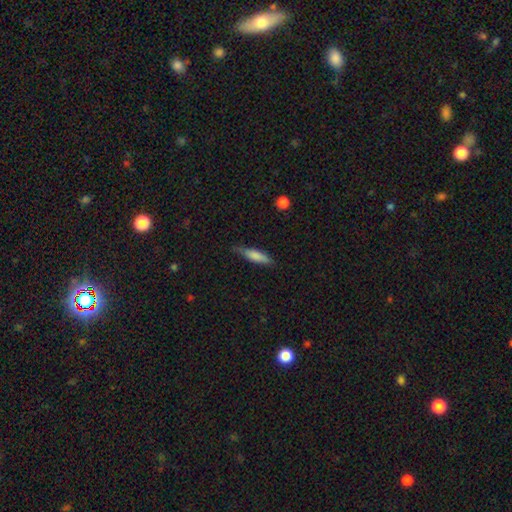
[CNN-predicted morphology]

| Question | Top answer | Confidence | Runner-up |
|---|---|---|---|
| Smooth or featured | smooth | 76% | featured or disk (18%) |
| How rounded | cigar-shaped | 69% | in between (29%) |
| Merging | none | 73% | minor disturbance (21%) |